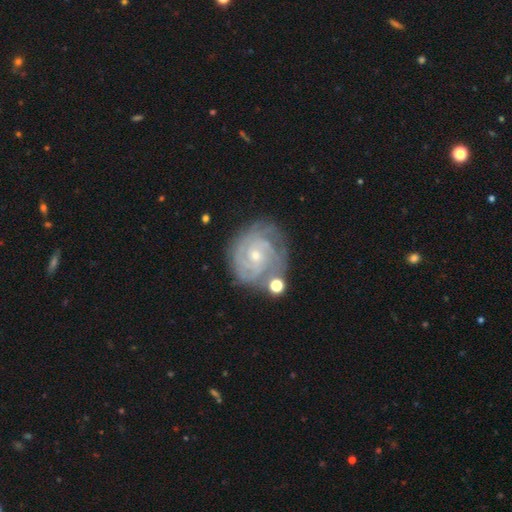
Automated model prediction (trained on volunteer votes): Smooth or featured? featured or disk (87%)
Edge-on disk? no (98%)
Bar? no (69%)
Spiral arms? yes (97%)
Spiral winding? tight (78%)
Spiral arm count? 3 (26%, tied with can't tell)
Bulge size? small (64%)
Merging? none (69%)